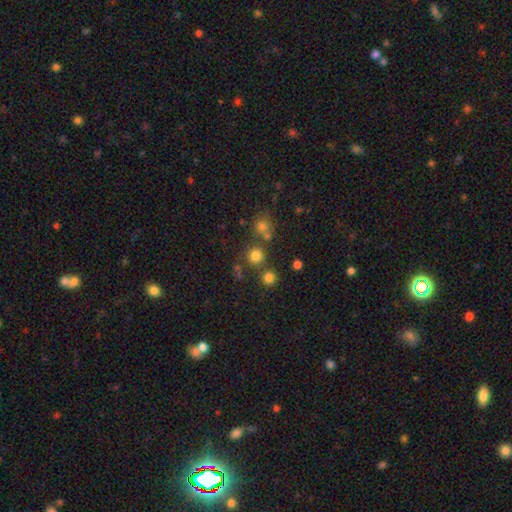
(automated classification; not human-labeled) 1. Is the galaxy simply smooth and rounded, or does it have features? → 76% smooth, 17% star or artifact, 7% featured or disk.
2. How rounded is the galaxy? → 93% round, 7% in between, 1% cigar-shaped.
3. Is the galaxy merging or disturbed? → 74% none, 15% merger, 8% minor disturbance, 3% major disturbance.